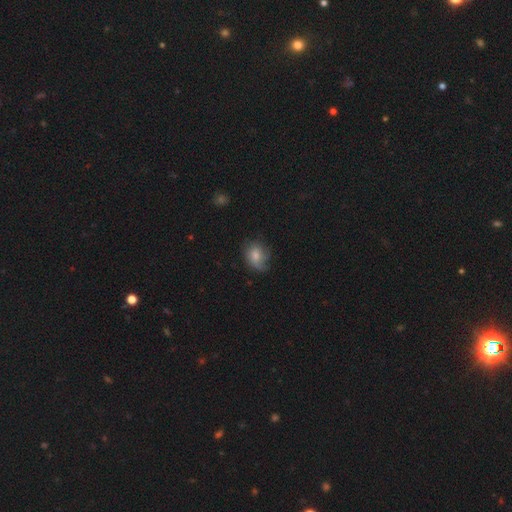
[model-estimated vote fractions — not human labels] Smooth or featured: smooth — 62% (featured or disk — 29%)
How rounded: in between — 52% (round — 46%)
Merging: none — 55% (minor disturbance — 30%)